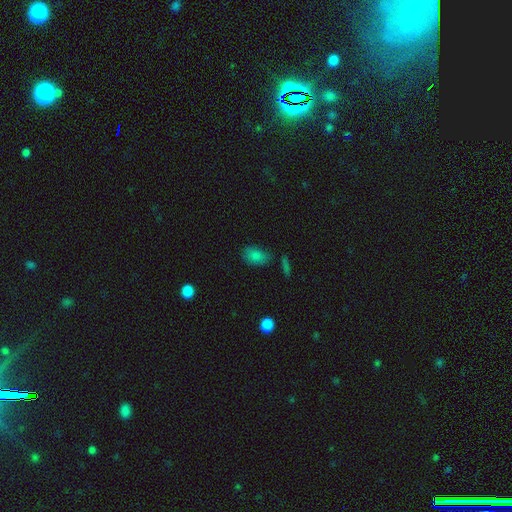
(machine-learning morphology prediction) Q: Smooth or featured?
A: smooth (82%); runner-up: star or artifact (10%)
Q: How rounded?
A: in between (87%); runner-up: round (11%)
Q: Merging?
A: none (68%); runner-up: minor disturbance (20%)